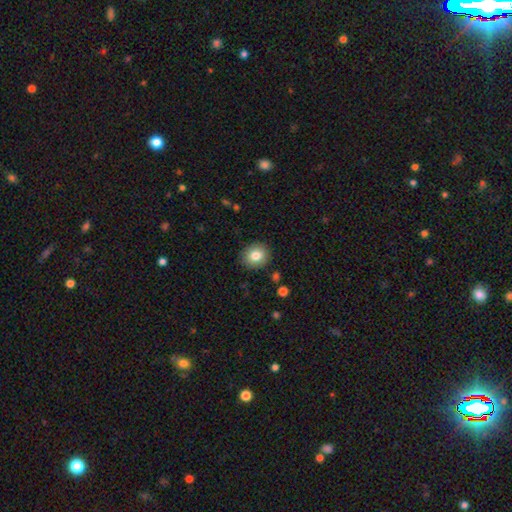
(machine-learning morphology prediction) Smooth or featured: smooth — 81% (featured or disk — 10%)
How rounded: round — 76% (in between — 23%)
Merging: none — 89% (minor disturbance — 7%)